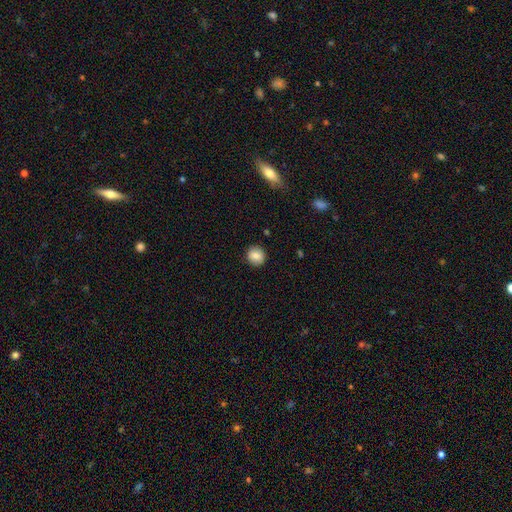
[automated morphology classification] The model was most divided on "how rounded": round: 87%, in between: 12%, cigar-shaped: 1%. More confident: merging — none (90%); smooth or featured — smooth (84%).